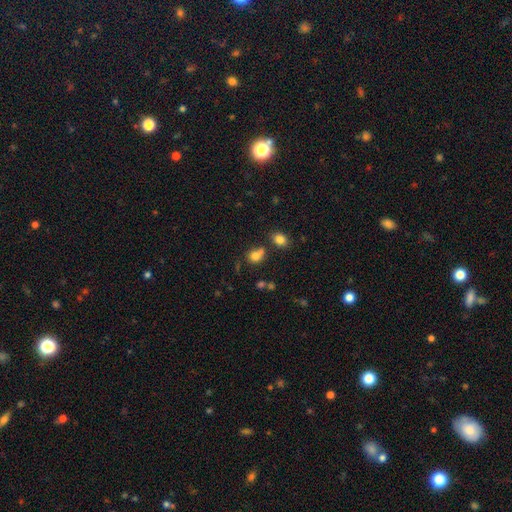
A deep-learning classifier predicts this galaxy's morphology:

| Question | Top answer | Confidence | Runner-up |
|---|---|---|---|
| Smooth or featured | smooth | 78% | star or artifact (13%) |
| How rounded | round | 61% | in between (38%) |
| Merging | none | 49% | merger (27%) |